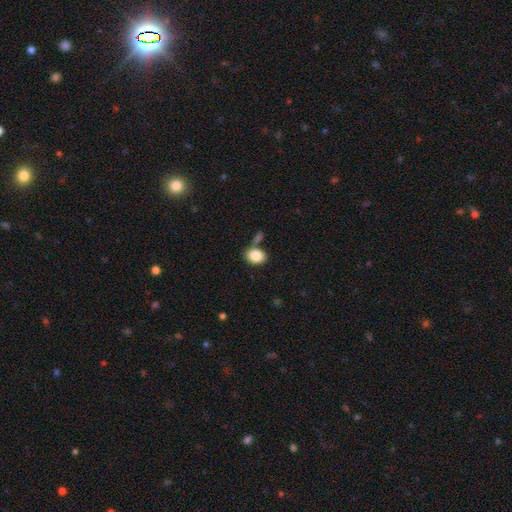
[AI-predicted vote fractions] Smooth or featured? smooth (85%)
How rounded? in between (67%)
Merging? none (61%)